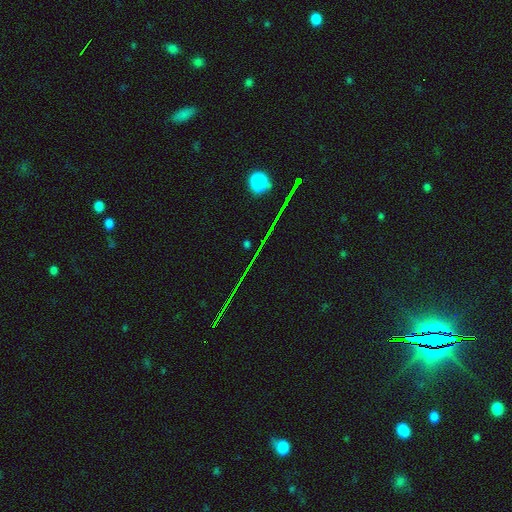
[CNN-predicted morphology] Smooth or featured? Predicted: star or artifact (p=0.82).